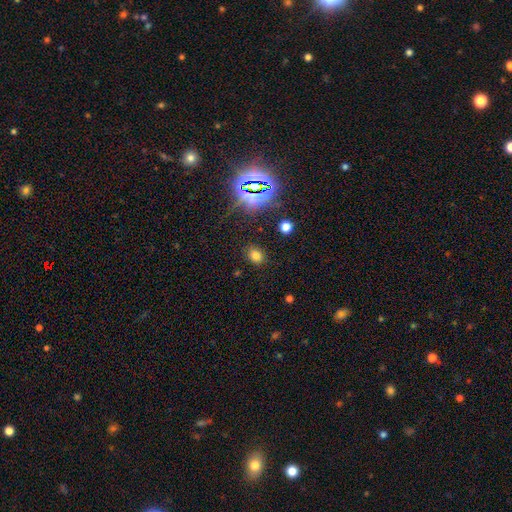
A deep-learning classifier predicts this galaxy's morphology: Smooth or featured?
  - smooth: 71% *
  - star or artifact: 22%
  - featured or disk: 7%
How rounded?
  - round: 58% *
  - in between: 41%
  - cigar-shaped: 1%
Merging?
  - none: 86% *
  - minor disturbance: 9%
  - major disturbance: 3%
  - merger: 2%